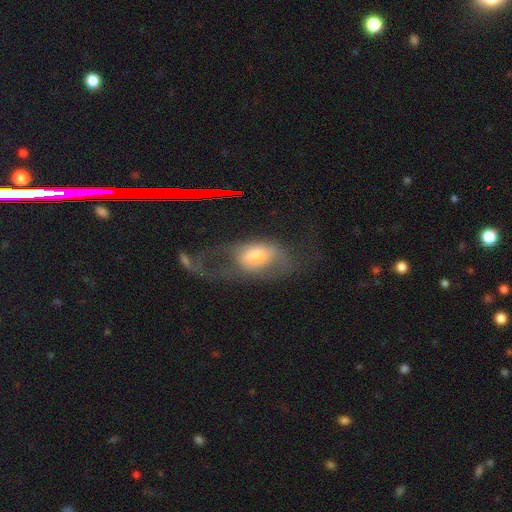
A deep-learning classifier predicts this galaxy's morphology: smooth_or_featured: smooth (p=0.46) [alt: featured or disk p=0.44]
merging: major disturbance (p=0.53) [alt: none p=0.25]